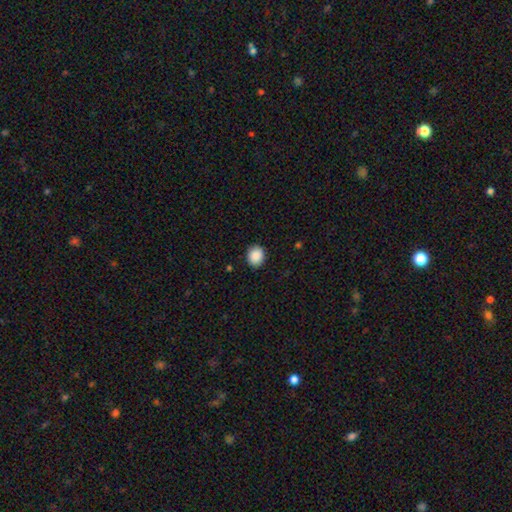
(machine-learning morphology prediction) Smooth or featured? Predicted: smooth (p=0.89). How rounded? Predicted: round (p=0.73). Merging? Predicted: none (p=0.90).